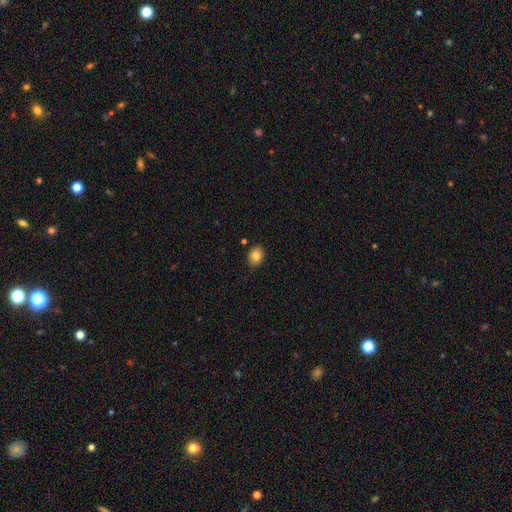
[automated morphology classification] This is clearly a smooth galaxy (84%). How rounded: possibly in between (58%). Merging: clearly none (83%).